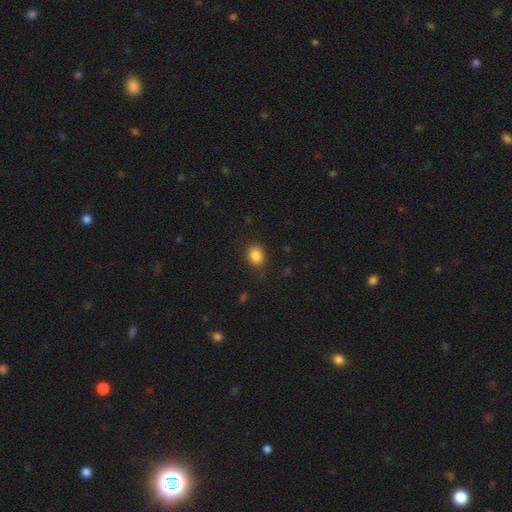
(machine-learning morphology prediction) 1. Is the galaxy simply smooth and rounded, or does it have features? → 85% smooth, 10% star or artifact, 5% featured or disk.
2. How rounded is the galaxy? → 55% round, 44% in between, 1% cigar-shaped.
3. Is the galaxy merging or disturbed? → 83% none, 13% minor disturbance, 3% major disturbance, 1% merger.